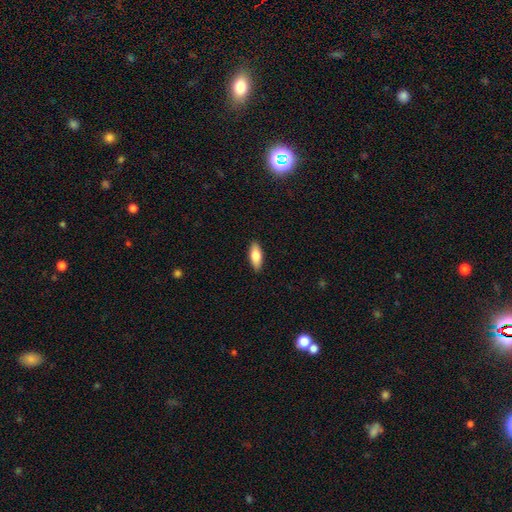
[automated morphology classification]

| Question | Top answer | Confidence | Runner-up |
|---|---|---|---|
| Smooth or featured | smooth | 80% | featured or disk (14%) |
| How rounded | in between | 77% | cigar-shaped (21%) |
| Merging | none | 90% | minor disturbance (8%) |